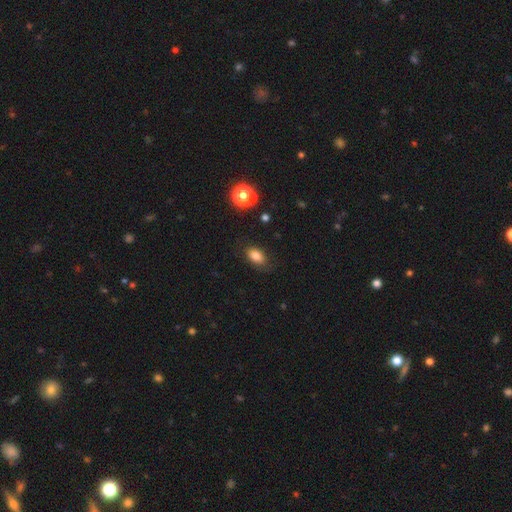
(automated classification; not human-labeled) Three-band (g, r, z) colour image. It shows a smooth galaxy with no disk features (81%) that is in between round and cigar-shaped (86%). Merging: none (81%).